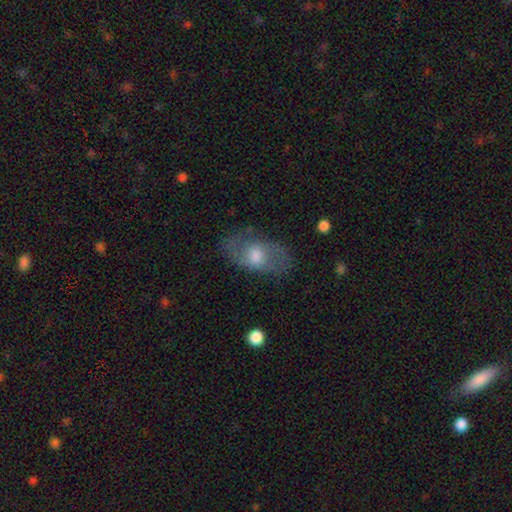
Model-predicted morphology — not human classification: smooth_or_featured: smooth (p=0.47) [alt: featured or disk p=0.46]
merging: none (p=0.70) [alt: minor disturbance p=0.19]